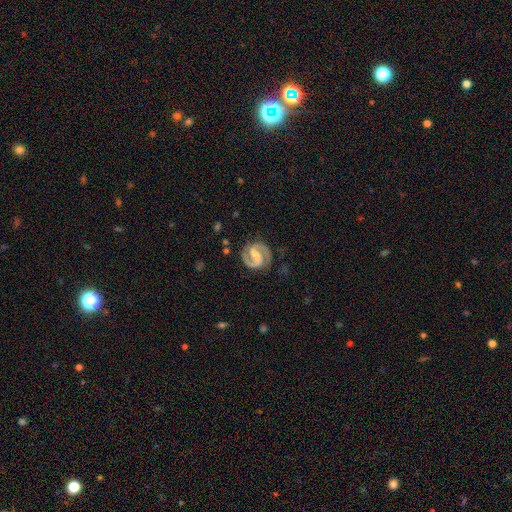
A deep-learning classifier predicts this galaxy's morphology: featured or disk 92%, star or artifact 4%, smooth 4%. Down the decision tree: edge-on disk — no (98%); bar — weak (43%); spiral arms — yes (98%); spiral arm count — 2 (94%); spiral winding — medium (52%); bulge size — moderate (47%); merging — none (83%).